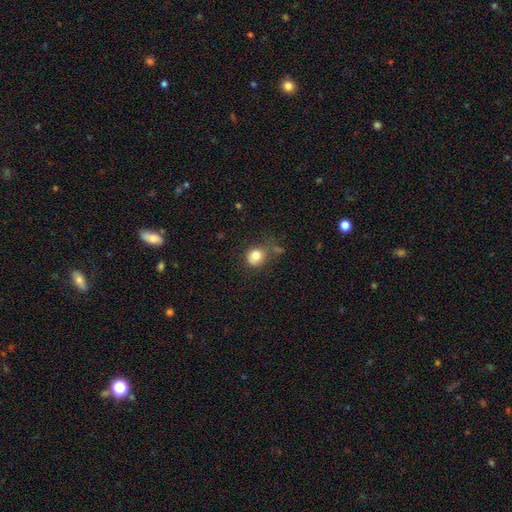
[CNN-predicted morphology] Smooth or featured?
  - smooth: 81% *
  - star or artifact: 10%
  - featured or disk: 9%
How rounded?
  - round: 76% *
  - in between: 23%
  - cigar-shaped: 1%
Merging?
  - none: 56% *
  - minor disturbance: 24%
  - major disturbance: 11%
  - merger: 8%